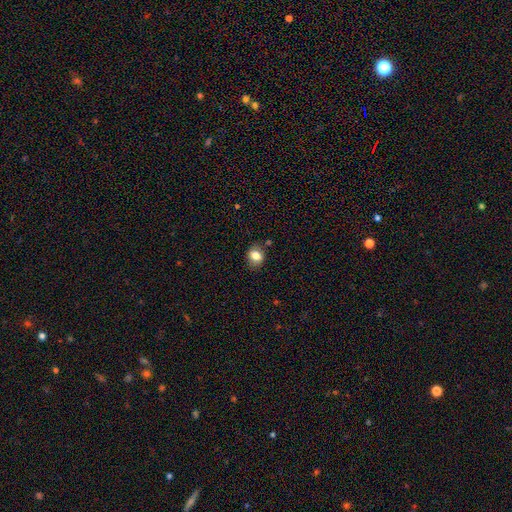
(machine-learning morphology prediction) smooth_or_featured: smooth (p=0.79) [alt: featured or disk p=0.11]
how_rounded: in between (p=0.55) [alt: round p=0.44]
merging: none (p=0.77) [alt: minor disturbance p=0.16]